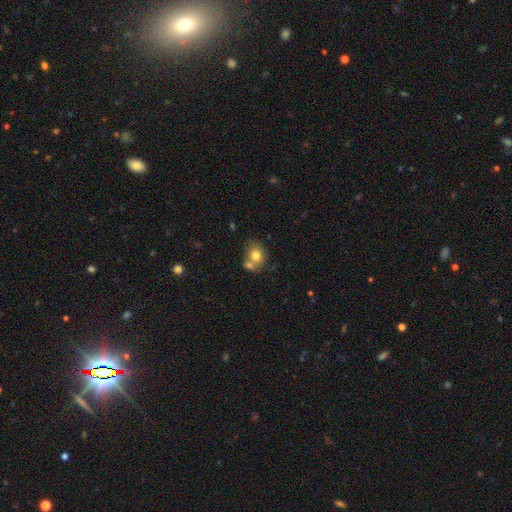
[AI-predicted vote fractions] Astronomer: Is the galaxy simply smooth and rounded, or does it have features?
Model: smooth — 76%.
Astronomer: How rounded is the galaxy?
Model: round — 63%.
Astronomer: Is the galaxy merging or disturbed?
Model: none — 44% (runner-up: merger, 42%).